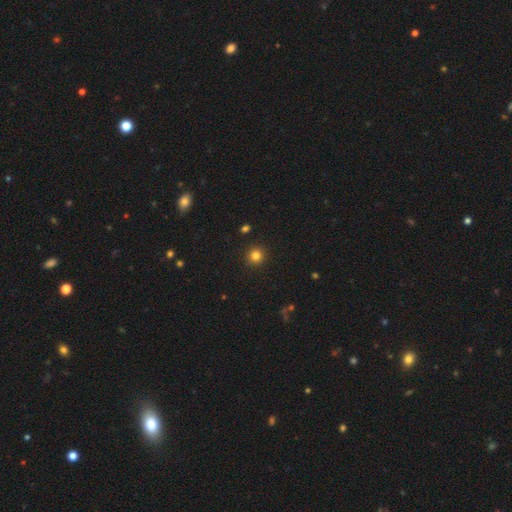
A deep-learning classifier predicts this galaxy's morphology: smooth 83%, star or artifact 13%, featured or disk 5%. Down the decision tree: how rounded — round (94%); merging — none (92%).